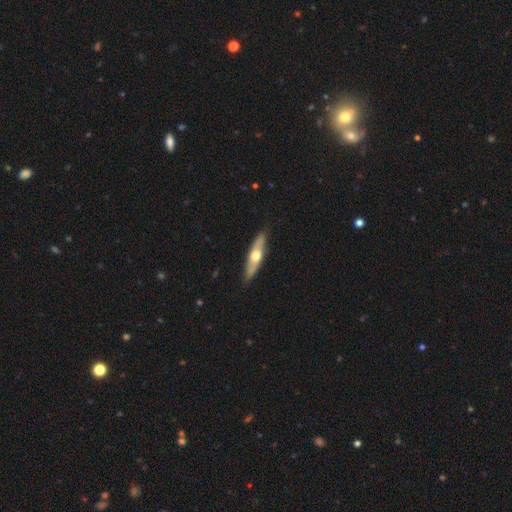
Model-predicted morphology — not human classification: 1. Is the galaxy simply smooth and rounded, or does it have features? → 53% featured or disk, 43% smooth, 5% star or artifact.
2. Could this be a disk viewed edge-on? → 75% yes, 25% no.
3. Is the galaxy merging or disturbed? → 83% none, 13% minor disturbance, 2% major disturbance, 1% merger.